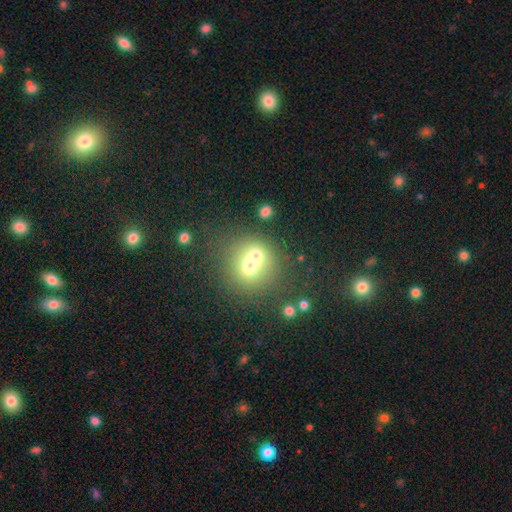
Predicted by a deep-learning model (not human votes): Q: Smooth or featured?
A: smooth (65%); runner-up: featured or disk (22%)
Q: How rounded?
A: round (84%); runner-up: in between (16%)
Q: Merging?
A: merger (49%); runner-up: none (39%)